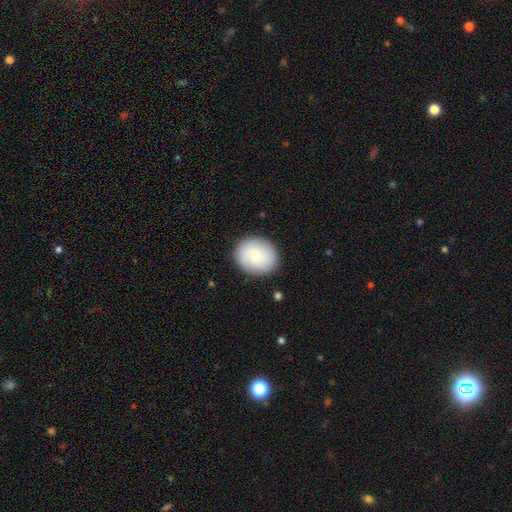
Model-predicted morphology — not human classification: Smooth or featured? Predicted: smooth (p=0.77). How rounded? Predicted: round (p=0.64). Merging? Predicted: none (p=0.86).